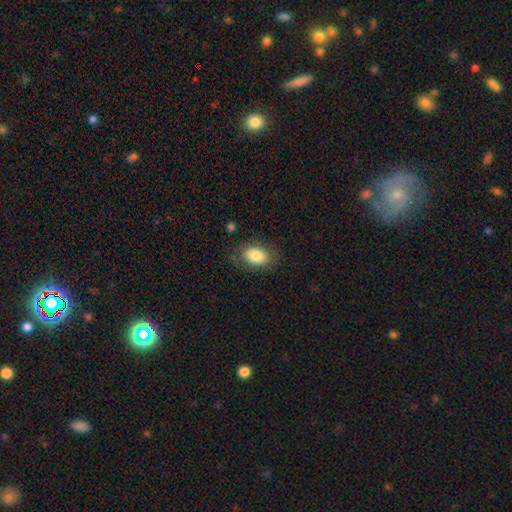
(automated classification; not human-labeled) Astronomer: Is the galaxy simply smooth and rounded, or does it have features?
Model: smooth — 79%.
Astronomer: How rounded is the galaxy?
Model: in between — 86%.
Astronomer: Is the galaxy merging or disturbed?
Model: none — 77%.